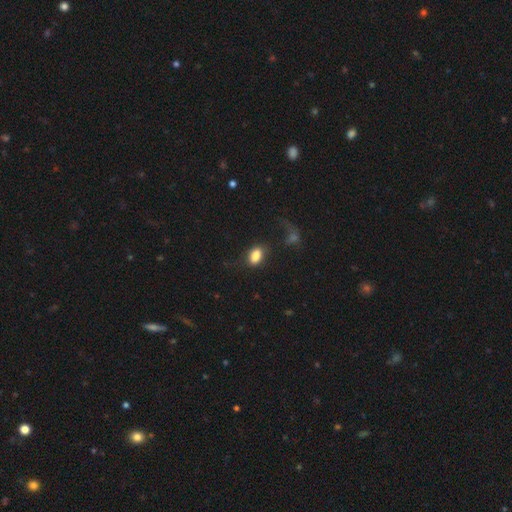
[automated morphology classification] Smooth or featured?
  - smooth: 82% *
  - featured or disk: 9%
  - star or artifact: 9%
How rounded?
  - in between: 87% *
  - round: 11%
  - cigar-shaped: 2%
Merging?
  - none: 61% *
  - minor disturbance: 17%
  - major disturbance: 15%
  - merger: 8%